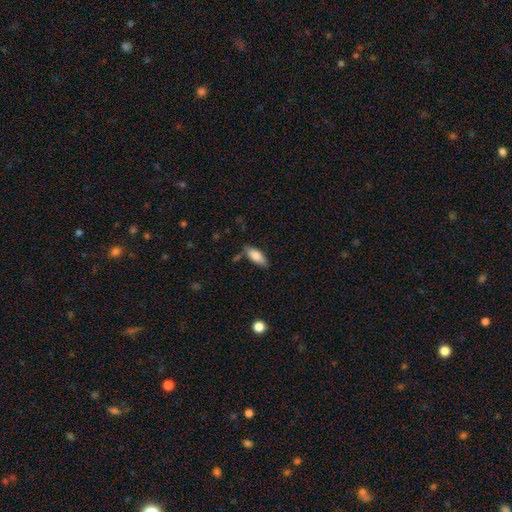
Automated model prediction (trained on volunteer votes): Q: Smooth or featured?
A: smooth (82%); runner-up: featured or disk (11%)
Q: How rounded?
A: in between (80%); runner-up: cigar-shaped (17%)
Q: Merging?
A: none (69%); runner-up: minor disturbance (21%)